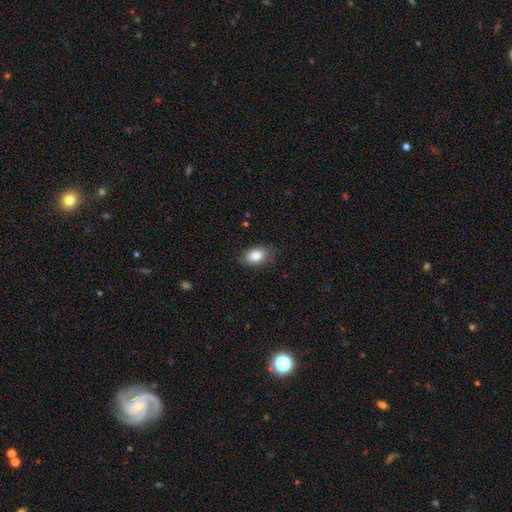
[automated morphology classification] Q: Smooth or featured?
A: smooth (86%); runner-up: star or artifact (8%)
Q: How rounded?
A: in between (88%); runner-up: round (10%)
Q: Merging?
A: none (82%); runner-up: minor disturbance (14%)